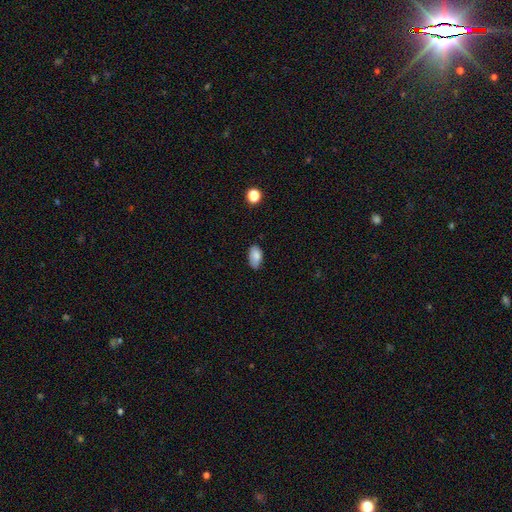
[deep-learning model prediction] This appears to be a smooth galaxy with no disk features (85%) that is in between round and cigar-shaped (93%). Merging: none (75%).